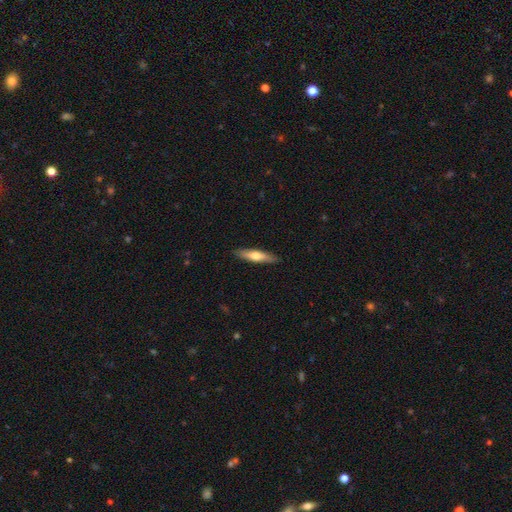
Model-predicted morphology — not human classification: Overall: smooth (58%; featured or disk 36%). How rounded: cigar-shaped (79%). Merging: none (89%).